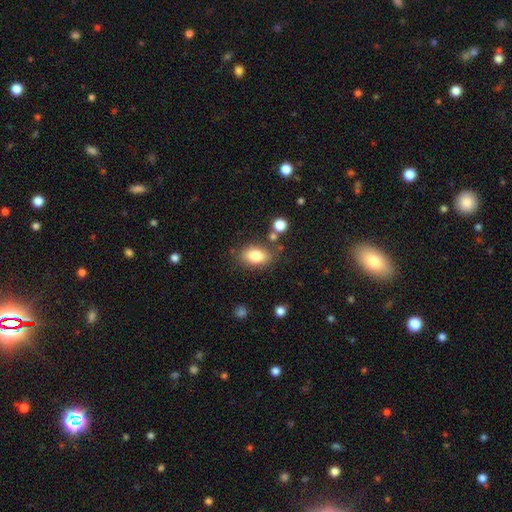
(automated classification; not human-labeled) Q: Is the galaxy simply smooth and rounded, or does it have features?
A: smooth — 82%.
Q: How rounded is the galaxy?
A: in between — 87%.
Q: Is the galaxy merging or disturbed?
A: none — 76%.